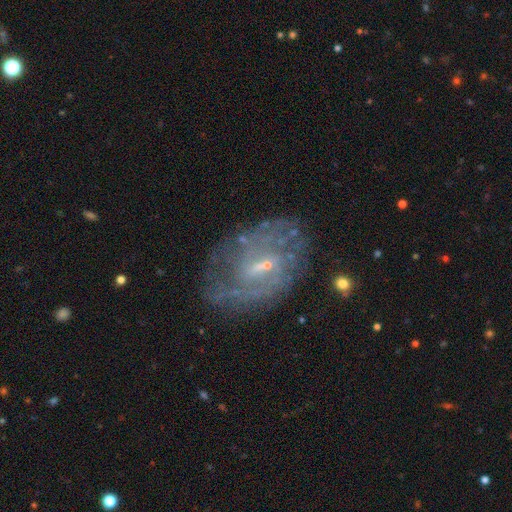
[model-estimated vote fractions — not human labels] Smooth or featured?
  - featured or disk: 75% *
  - smooth: 15%
  - star or artifact: 10%
Edge-on disk?
  - no: 95% *
  - yes: 5%
Bar?
  - weak: 58% *
  - no: 24%
  - strong: 18%
Spiral arms?
  - yes: 80% *
  - no: 20%
Spiral winding?
  - tight: 50% *
  - medium: 35%
  - loose: 15%
Spiral arm count?
  - can't tell: 48% *
  - 2: 30%
  - 3: 8%
  - 1: 6%
  - 4: 5%
  - more than 4: 4%
Bulge size?
  - small: 63% *
  - moderate: 27%
  - none: 8%
  - large: 2%
  - dominant: 1%
Merging?
  - none: 70% *
  - minor disturbance: 18%
  - major disturbance: 10%
  - merger: 2%